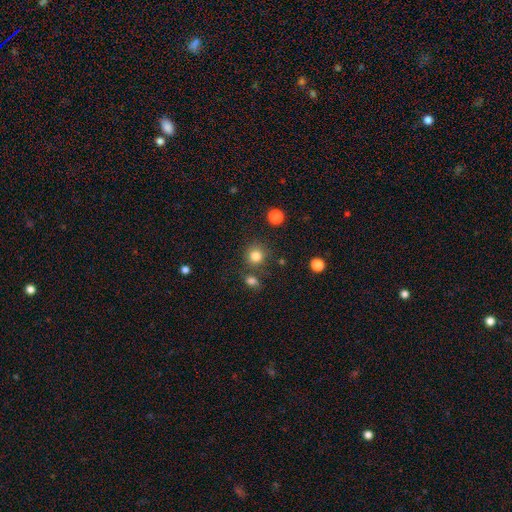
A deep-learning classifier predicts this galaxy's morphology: Smooth or featured? smooth (82%)
How rounded? round (90%)
Merging? none (78%)